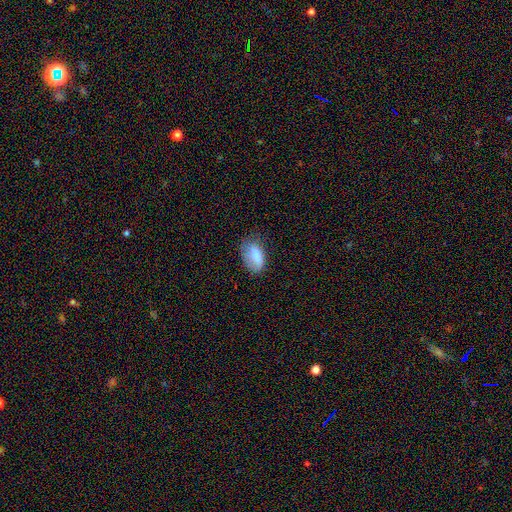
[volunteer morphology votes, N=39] smooth-or-featured: smooth: 82% | featured or disk: 13% | star or artifact: 5%
  how-rounded: in between: 94% | round: 3% | cigar-shaped: 3%
  merging: none: 54% | minor disturbance: 30% | major disturbance: 16% | merger: 0%